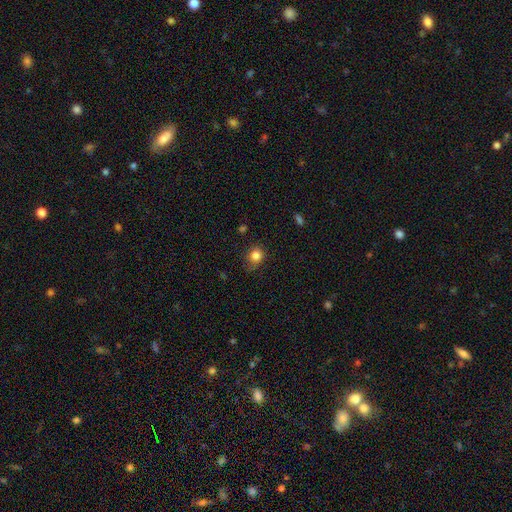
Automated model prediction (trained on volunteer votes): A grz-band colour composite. It shows a smooth galaxy with no disk features (83%) that is round (73%). Merging: none (66%).